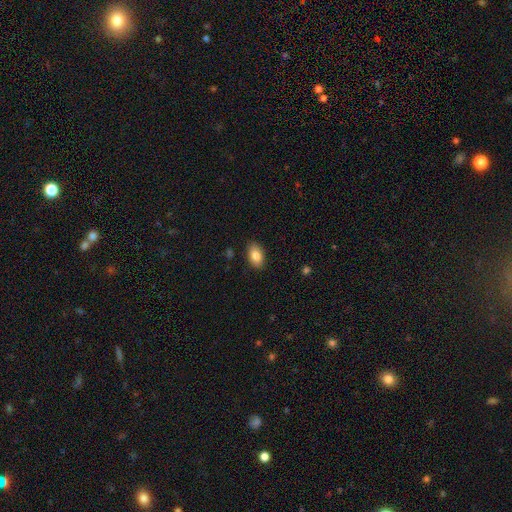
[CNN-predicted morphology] Smooth or featured?
  - smooth: 84% *
  - featured or disk: 8%
  - star or artifact: 7%
How rounded?
  - in between: 91% *
  - round: 7%
  - cigar-shaped: 2%
Merging?
  - none: 87% *
  - minor disturbance: 10%
  - major disturbance: 2%
  - merger: 1%